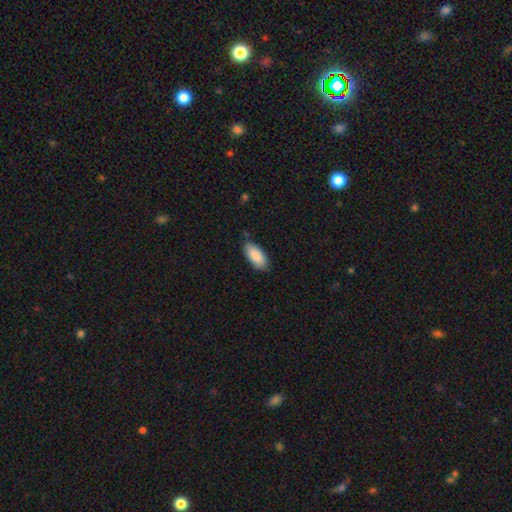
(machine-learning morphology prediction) Overall: smooth (89%). How rounded: in between (89%). Merging: none (79%).